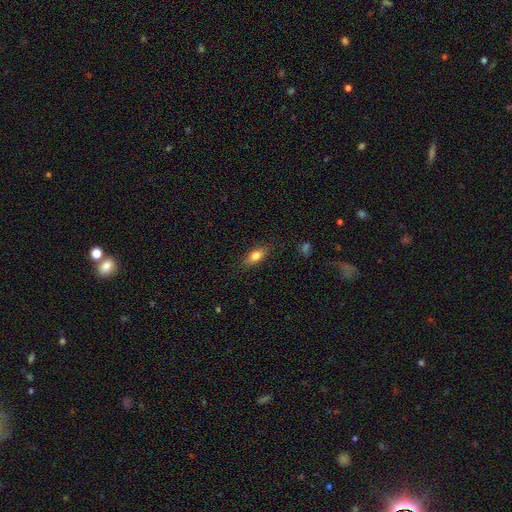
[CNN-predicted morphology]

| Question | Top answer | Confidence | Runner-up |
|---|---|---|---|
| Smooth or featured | smooth | 78% | featured or disk (14%) |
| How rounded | in between | 77% | cigar-shaped (18%) |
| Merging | none | 83% | minor disturbance (13%) |